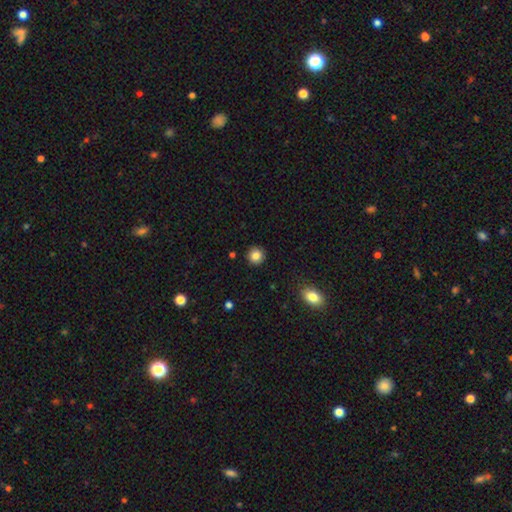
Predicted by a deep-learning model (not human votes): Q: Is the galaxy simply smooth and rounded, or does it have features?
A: smooth — 85%.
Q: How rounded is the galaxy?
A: round — 93%.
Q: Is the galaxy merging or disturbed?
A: none — 91%.